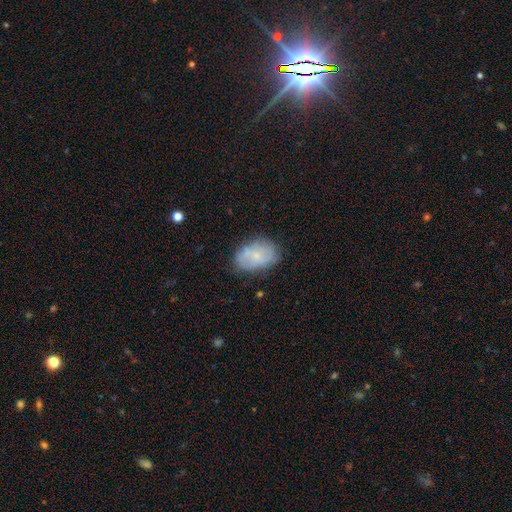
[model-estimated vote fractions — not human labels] smooth_or_featured: smooth (p=0.56) [alt: featured or disk p=0.36]
how_rounded: in between (p=0.83) [alt: round p=0.15]
merging: none (p=0.69) [alt: minor disturbance p=0.22]